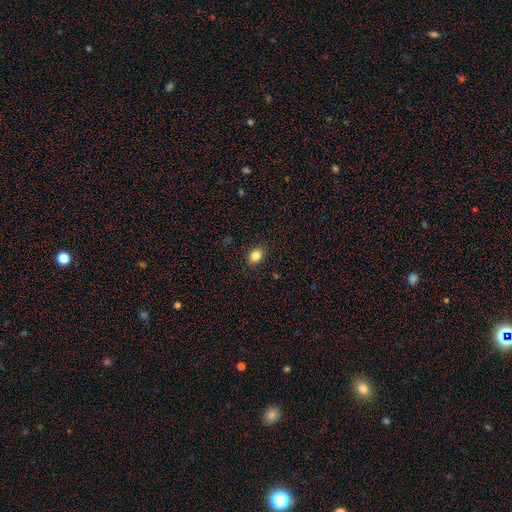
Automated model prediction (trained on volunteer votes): smooth 84%, star or artifact 10%, featured or disk 6%. Down the decision tree: how rounded — in between (67%); merging — none (88%).